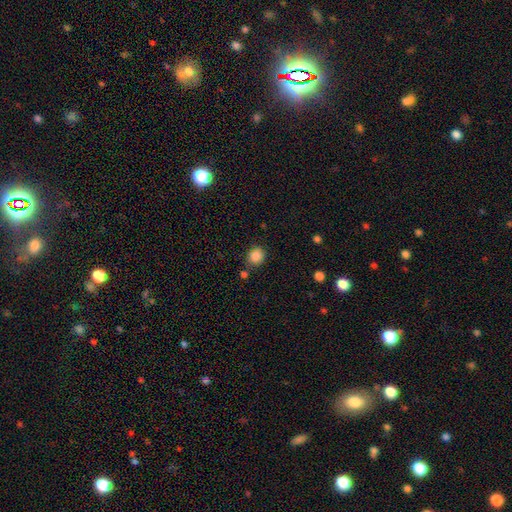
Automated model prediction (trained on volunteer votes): Smooth or featured? Predicted: smooth (p=0.86). How rounded? Predicted: round (p=0.85). Merging? Predicted: none (p=0.79).